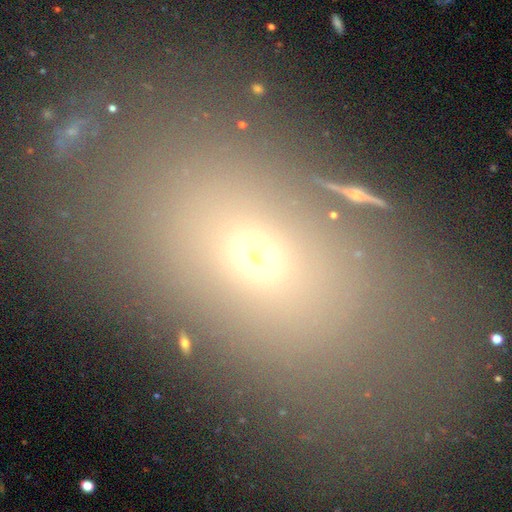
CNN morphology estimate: type=smooth (61%); roundness=in between (82%); merging=none (68%).